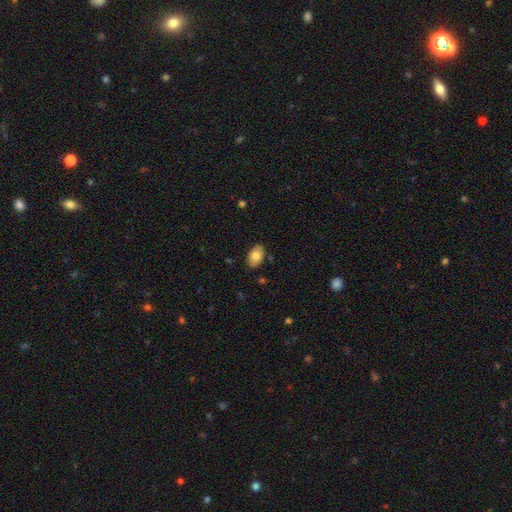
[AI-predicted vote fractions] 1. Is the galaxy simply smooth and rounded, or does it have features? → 77% smooth, 16% featured or disk, 7% star or artifact.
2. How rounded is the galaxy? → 92% in between, 7% round, 1% cigar-shaped.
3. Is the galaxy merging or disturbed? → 86% none, 11% minor disturbance, 2% major disturbance, 1% merger.